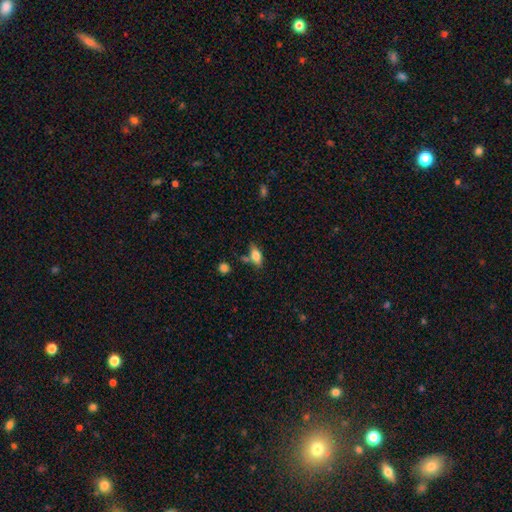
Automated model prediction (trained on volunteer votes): Overall: smooth (74%). How rounded: in between (81%). Merging: none (64%).